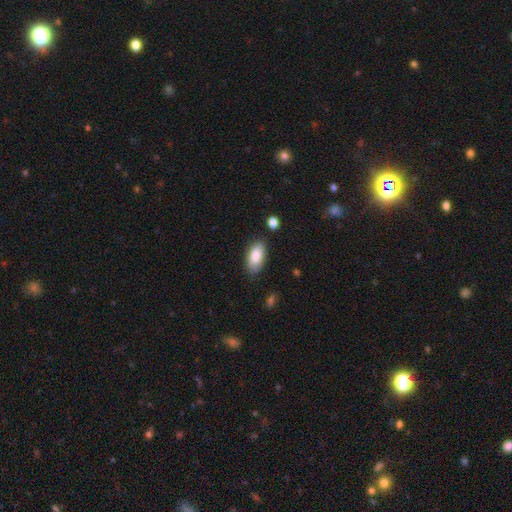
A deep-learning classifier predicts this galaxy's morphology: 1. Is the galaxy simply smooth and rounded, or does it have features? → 87% smooth, 7% featured or disk, 6% star or artifact.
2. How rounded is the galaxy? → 92% in between, 6% cigar-shaped, 3% round.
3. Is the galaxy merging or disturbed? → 82% none, 13% minor disturbance, 3% major disturbance, 2% merger.